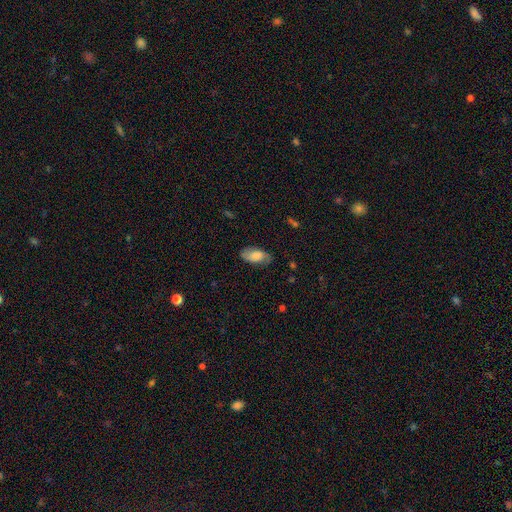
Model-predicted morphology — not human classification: Smooth or featured? smooth (66%)
How rounded? in between (92%)
Merging? none (73%)